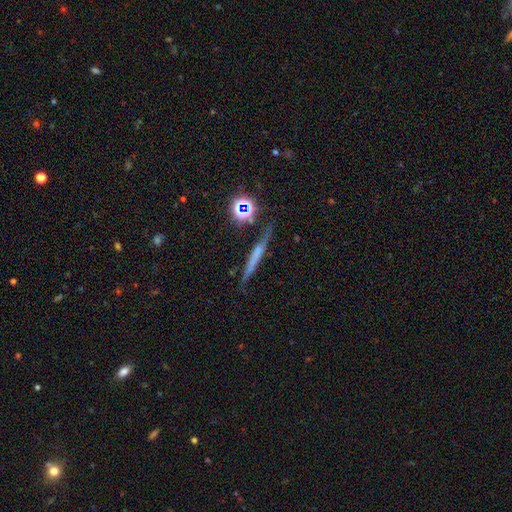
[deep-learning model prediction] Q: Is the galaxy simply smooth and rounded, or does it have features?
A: featured or disk — 43%.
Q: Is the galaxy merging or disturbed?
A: none — 80%.